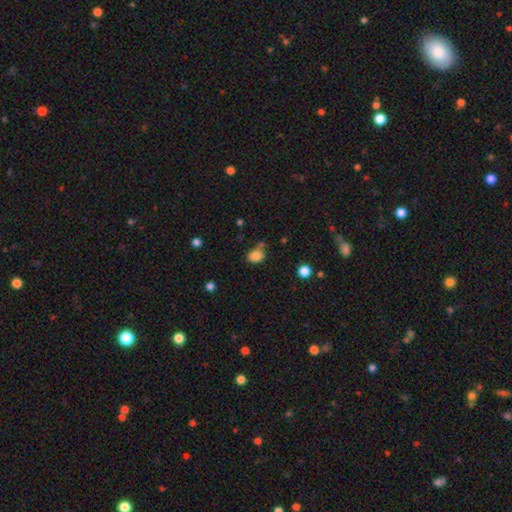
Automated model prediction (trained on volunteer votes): smooth_or_featured: smooth (p=0.83) [alt: star or artifact p=0.11]
how_rounded: in between (p=0.58) [alt: round p=0.40]
merging: none (p=0.58) [alt: minor disturbance p=0.21]